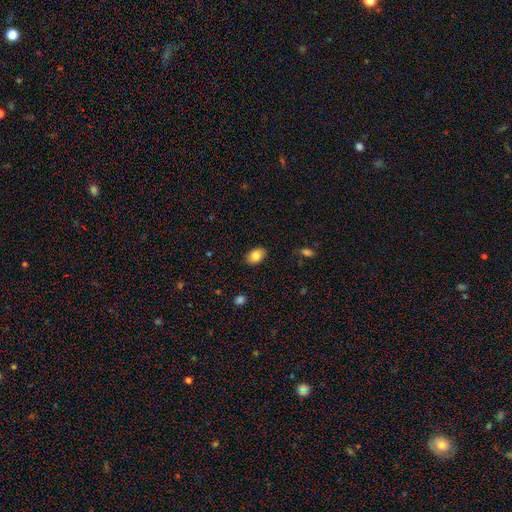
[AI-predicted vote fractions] smooth 84%, featured or disk 8%, star or artifact 8%. Down the decision tree: how rounded — in between (84%); merging — none (87%).